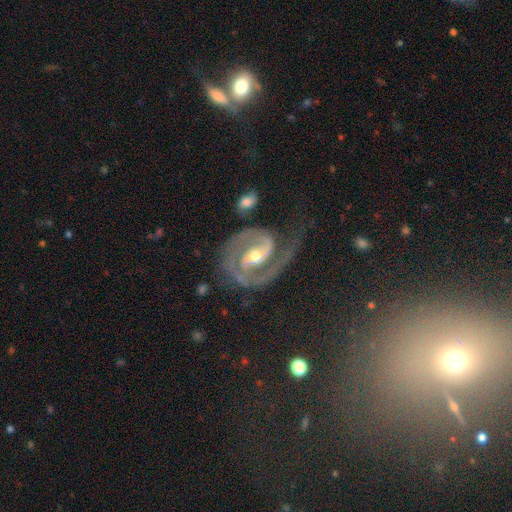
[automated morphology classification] Q: Smooth or featured?
A: featured or disk (91%); runner-up: star or artifact (5%)
Q: Edge-on disk?
A: no (98%); runner-up: yes (2%)
Q: Bar?
A: weak (44%); runner-up: no (35%)
Q: Spiral arms?
A: yes (97%); runner-up: no (3%)
Q: Spiral winding?
A: medium (46%); runner-up: tight (42%)
Q: Spiral arm count?
A: 2 (70%); runner-up: 1 (17%)
Q: Bulge size?
A: moderate (57%); runner-up: small (38%)
Q: Merging?
A: none (52%); runner-up: major disturbance (24%)